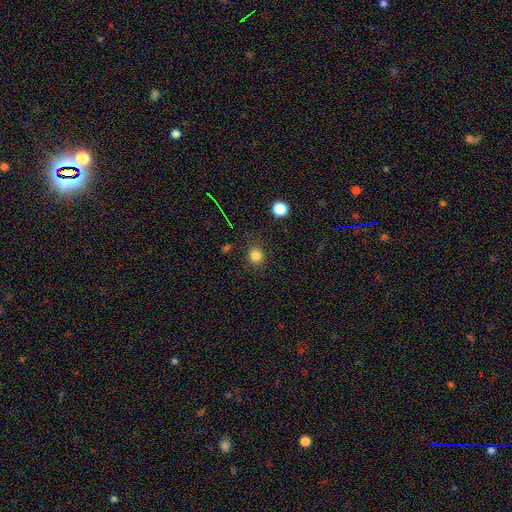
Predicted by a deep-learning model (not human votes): Smooth or featured?
  - smooth: 81% *
  - star or artifact: 14%
  - featured or disk: 4%
How rounded?
  - round: 87% *
  - in between: 12%
  - cigar-shaped: 1%
Merging?
  - none: 86% *
  - minor disturbance: 9%
  - major disturbance: 3%
  - merger: 2%